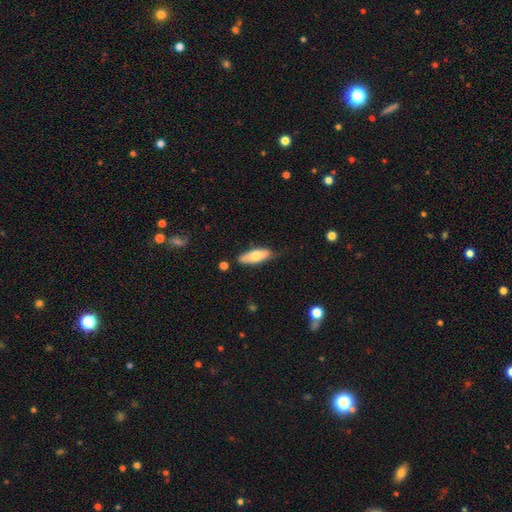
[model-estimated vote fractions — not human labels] The model was most divided on "how rounded": in between: 65%, cigar-shaped: 33%, round: 2%. More confident: merging — none (75%); smooth or featured — smooth (69%).